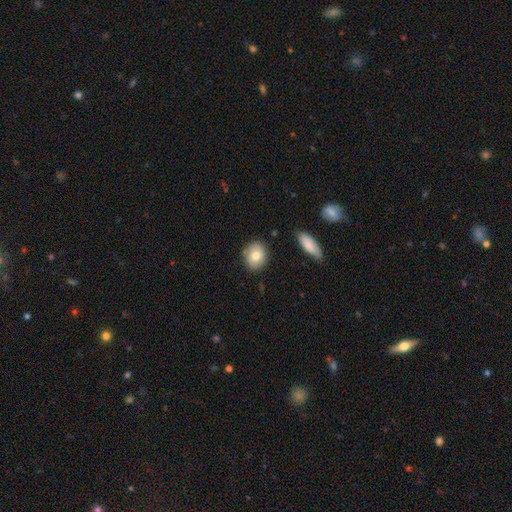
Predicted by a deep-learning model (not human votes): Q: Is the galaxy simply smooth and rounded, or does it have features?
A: smooth — 79%.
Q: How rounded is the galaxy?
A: round — 63%.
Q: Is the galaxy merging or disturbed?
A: none — 84%.